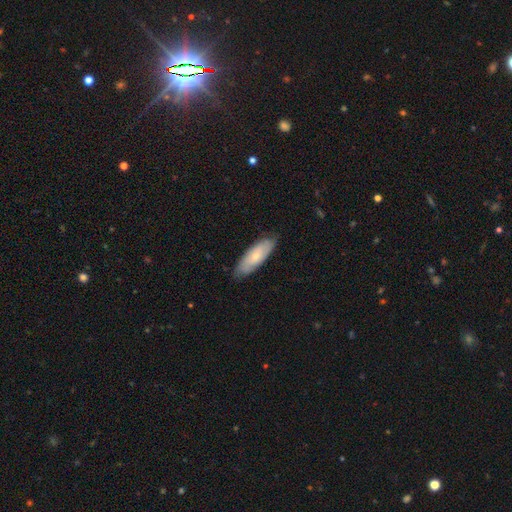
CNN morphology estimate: type=smooth (58%); roundness=in between (65%); merging=none (81%).